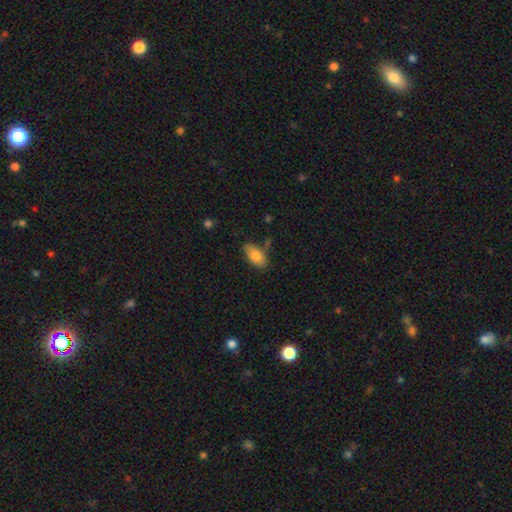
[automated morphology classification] Overall: smooth (83%). How rounded: in between (92%). Merging: none (73%).